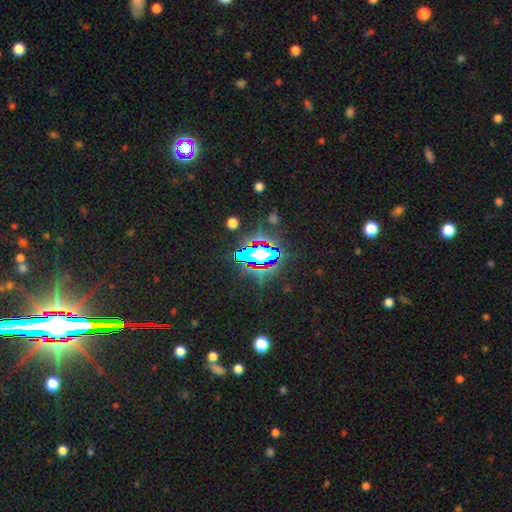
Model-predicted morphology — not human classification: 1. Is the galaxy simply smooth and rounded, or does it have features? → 65% star or artifact, 22% smooth, 13% featured or disk.